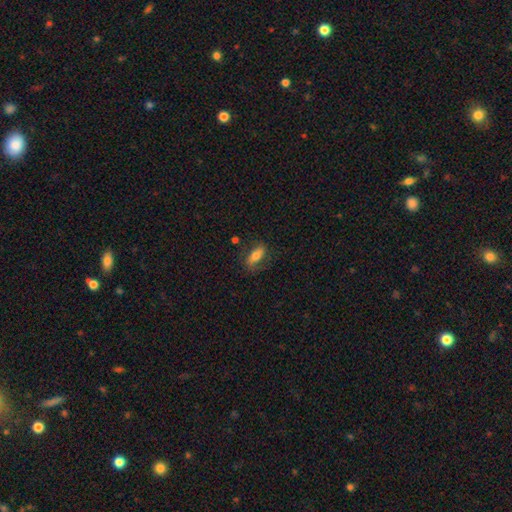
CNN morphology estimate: smooth 66%, featured or disk 26%, star or artifact 8%. Down the decision tree: how rounded — in between (74%); merging — none (69%).